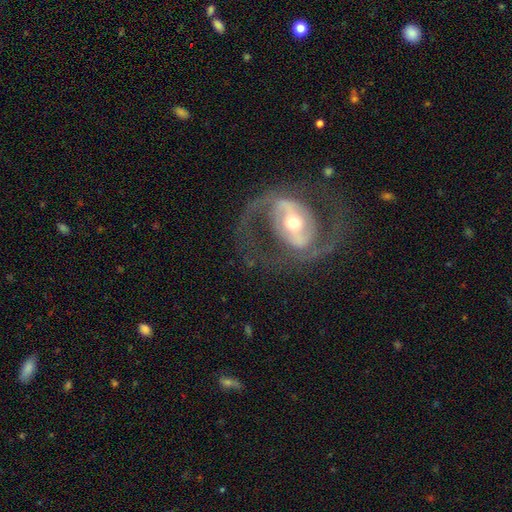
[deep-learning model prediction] The model was most divided on "bar": strong: 39%, weak: 34%, no: 27%. More confident: edge-on disk — no (97%); spiral arms — yes (95%); spiral arm count — 2 (93%); smooth or featured — featured or disk (90%); merging — none (77%); spiral winding — medium (61%); bulge size — moderate (60%).